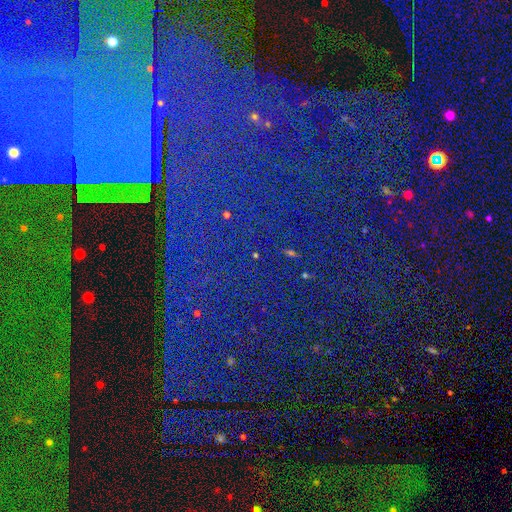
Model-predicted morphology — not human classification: Smooth or featured?
  - star or artifact: 78% *
  - smooth: 14%
  - featured or disk: 8%